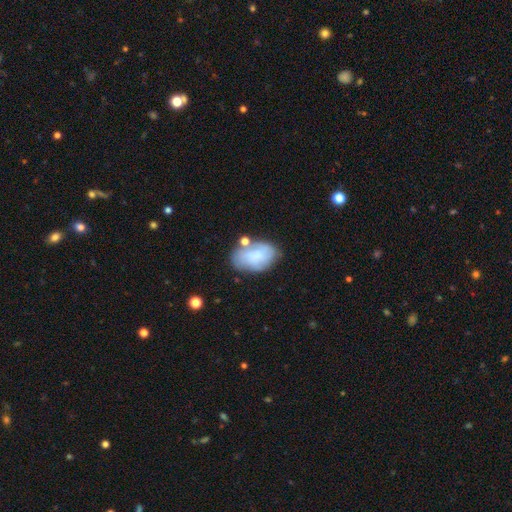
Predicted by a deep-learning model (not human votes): This appears to be a smooth galaxy with no disk features (58%) that is in between round and cigar-shaped (88%). Merging: none (55%).